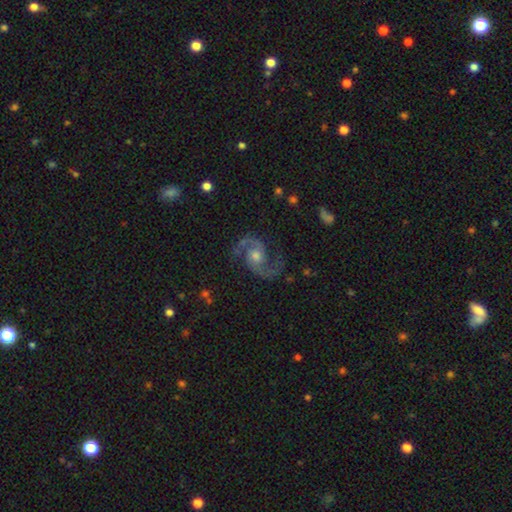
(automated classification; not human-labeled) featured or disk 92%, star or artifact 5%, smooth 4%. Down the decision tree: edge-on disk — no (98%); bar — no (66%); spiral arms — yes (98%); spiral arm count — 2 (94%); spiral winding — medium (59%); bulge size — moderate (64%); merging — none (79%).